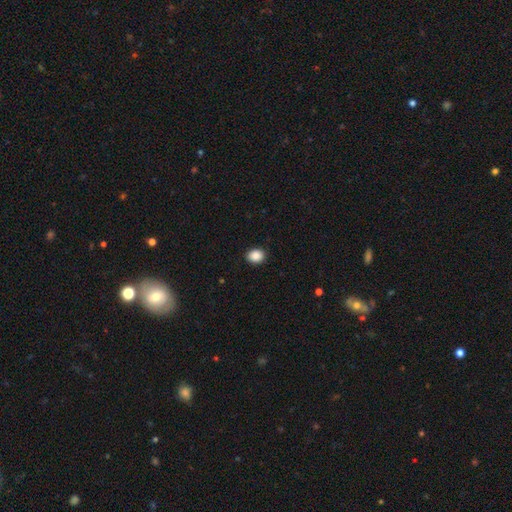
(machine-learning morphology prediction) Overall: smooth (89%). How rounded: round (50%, tied with in between). Merging: none (91%).